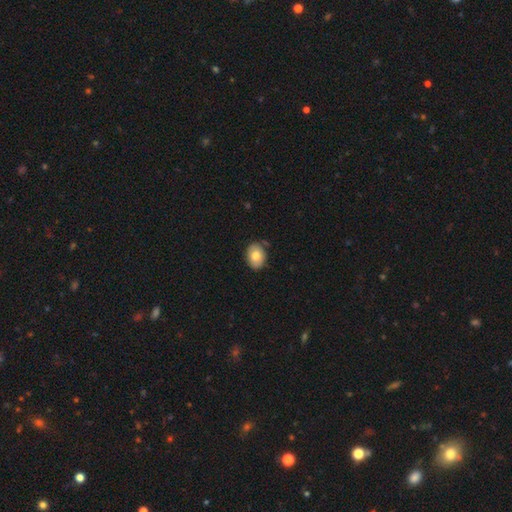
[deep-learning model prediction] This appears to be a smooth galaxy with no disk features (72%) that is in between round and cigar-shaped (67%). Merging: none (79%).